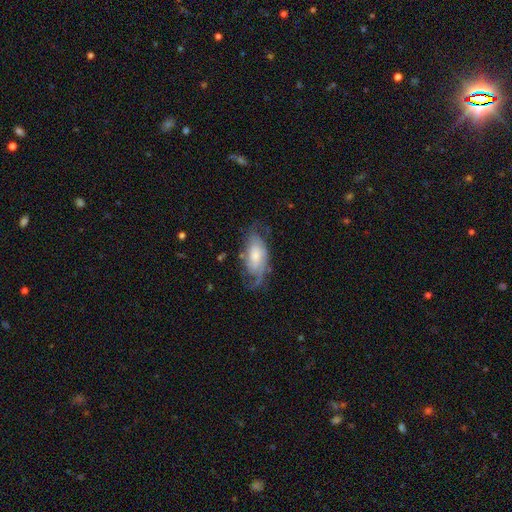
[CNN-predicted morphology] smooth-or-featured: featured or disk: 72% | smooth: 22% | star or artifact: 6%
  disk-edge-on: no: 93% | yes: 7%
    bar: no: 65% | weak: 30% | strong: 6%
    has-spiral-arms: yes: 91% | no: 9%
      spiral-winding: medium: 41% | tight: 38% | loose: 21%
      spiral-arm-count: 2: 48% | can't tell: 27% | 3: 10% | 1: 9% | 4: 3% | more than 4: 3%
    bulge-size: moderate: 41% | small: 34% | large: 14% | none: 8% | dominant: 2%
  merging: none: 58% | minor disturbance: 23% | major disturbance: 17% | merger: 2%